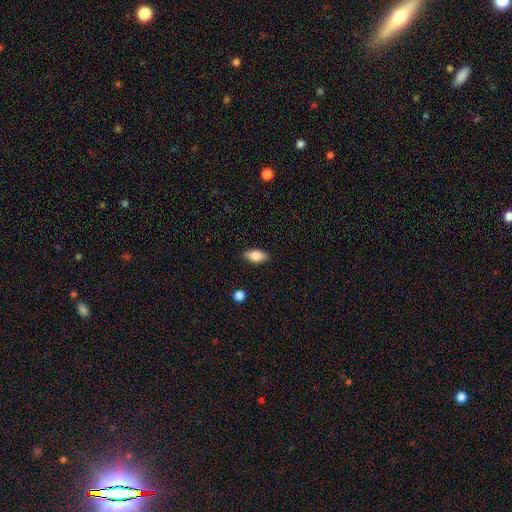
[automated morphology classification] This is clearly a smooth galaxy (83%). How rounded: clearly in between (91%). Merging: clearly none (88%).